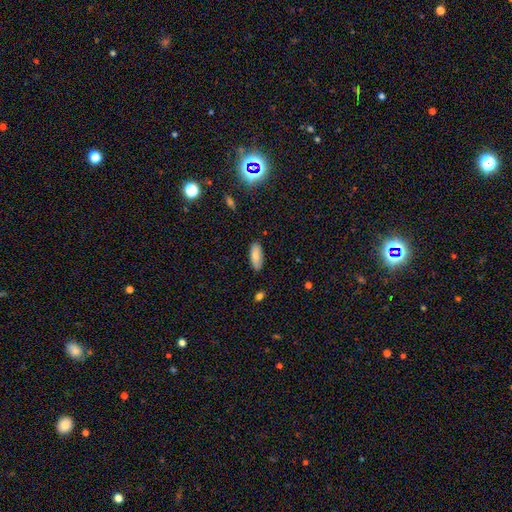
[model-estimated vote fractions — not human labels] Smooth or featured: smooth — 78% (featured or disk — 15%)
How rounded: in between — 79% (cigar-shaped — 19%)
Merging: none — 87% (minor disturbance — 10%)